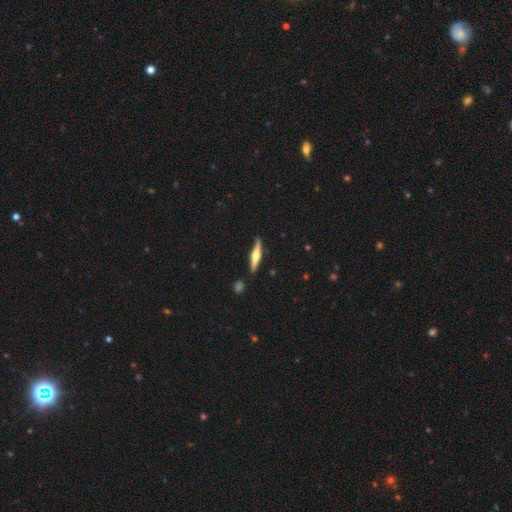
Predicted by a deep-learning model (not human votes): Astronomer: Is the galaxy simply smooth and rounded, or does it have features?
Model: featured or disk — 54% (runner-up: smooth, 40%).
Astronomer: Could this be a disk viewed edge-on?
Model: yes — 96%.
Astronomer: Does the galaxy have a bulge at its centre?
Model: rounded — 87%.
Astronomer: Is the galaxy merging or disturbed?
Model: none — 85%.